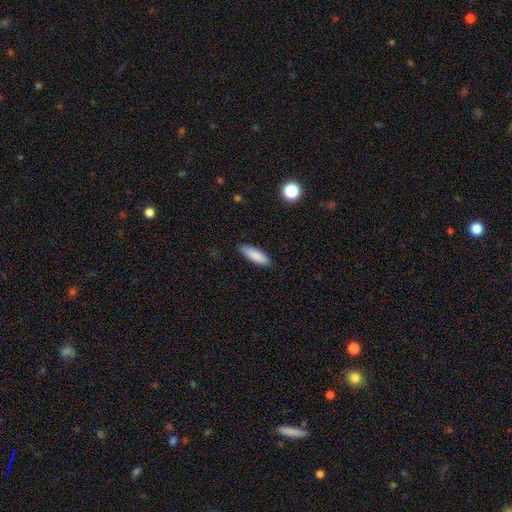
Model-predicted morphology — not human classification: Smooth or featured?
  - smooth: 86% *
  - featured or disk: 7%
  - star or artifact: 6%
How rounded?
  - cigar-shaped: 55% *
  - in between: 43%
  - round: 2%
Merging?
  - none: 86% *
  - minor disturbance: 11%
  - major disturbance: 2%
  - merger: 1%